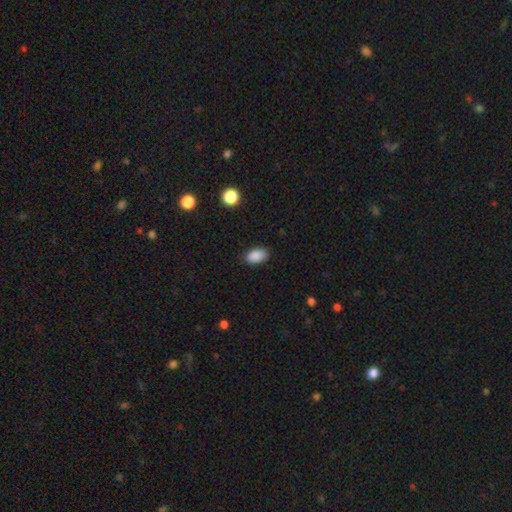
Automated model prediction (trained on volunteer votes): smooth-or-featured: smooth: 88% | star or artifact: 8% | featured or disk: 4%
  how-rounded: in between: 92% | round: 7% | cigar-shaped: 2%
  merging: none: 83% | minor disturbance: 13% | major disturbance: 3% | merger: 1%